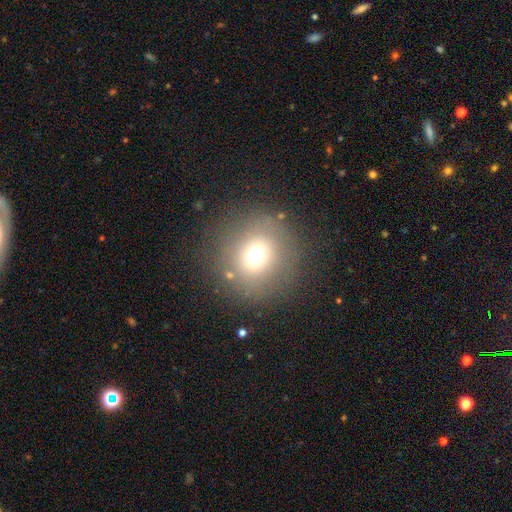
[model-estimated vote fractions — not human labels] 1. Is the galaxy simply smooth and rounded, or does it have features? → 67% smooth, 20% star or artifact, 12% featured or disk.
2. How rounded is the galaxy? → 91% round, 8% in between, 1% cigar-shaped.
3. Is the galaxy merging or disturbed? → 83% none, 9% minor disturbance, 6% major disturbance, 3% merger.